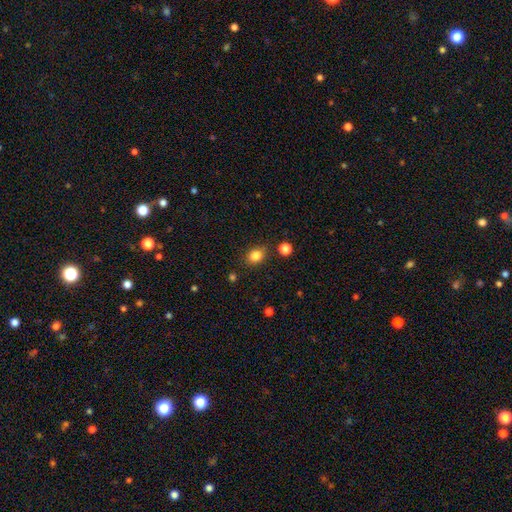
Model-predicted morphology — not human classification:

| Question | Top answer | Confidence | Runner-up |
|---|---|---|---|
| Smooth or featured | smooth | 83% | star or artifact (11%) |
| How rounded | round | 53% | in between (46%) |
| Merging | none | 81% | minor disturbance (13%) |